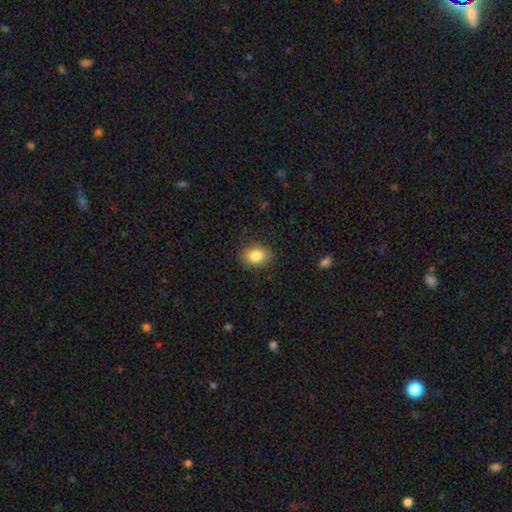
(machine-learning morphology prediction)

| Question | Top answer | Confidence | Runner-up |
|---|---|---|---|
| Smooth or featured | smooth | 84% | star or artifact (9%) |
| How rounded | in between | 61% | round (38%) |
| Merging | none | 87% | minor disturbance (10%) |